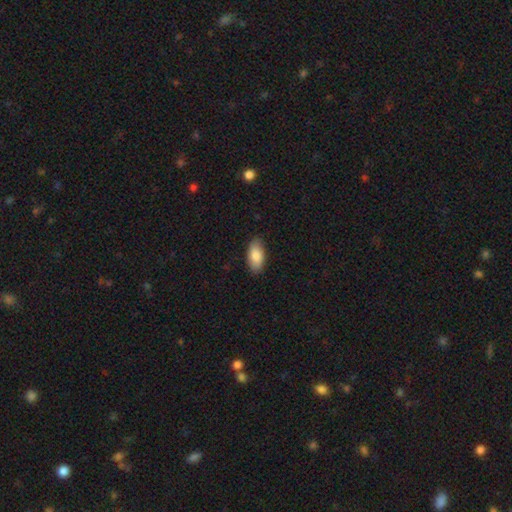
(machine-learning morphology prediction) Q: Smooth or featured?
A: smooth (86%); runner-up: featured or disk (8%)
Q: How rounded?
A: in between (92%); runner-up: cigar-shaped (5%)
Q: Merging?
A: none (87%); runner-up: minor disturbance (10%)